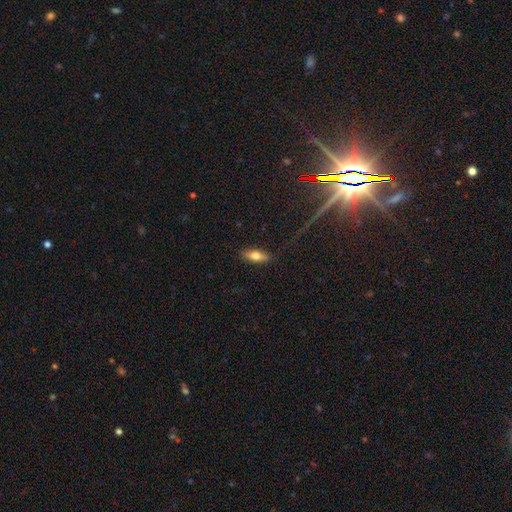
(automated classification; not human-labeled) A smooth galaxy with no disk features (65%) that is in between round and cigar-shaped (63%). Merging: none (86%).